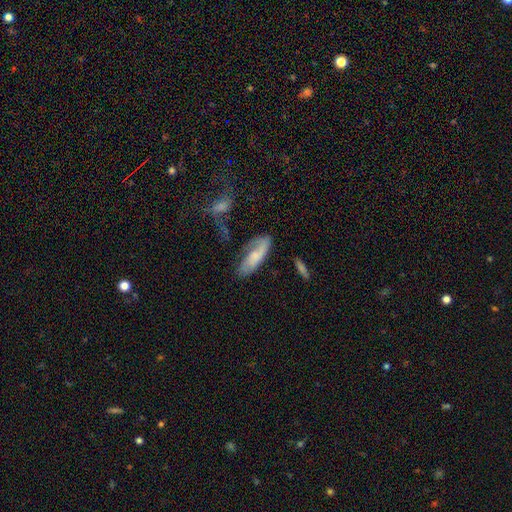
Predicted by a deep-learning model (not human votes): smooth_or_featured: smooth (p=0.52) [alt: featured or disk p=0.41]
how_rounded: in between (p=0.68) [alt: cigar-shaped p=0.29]
merging: none (p=0.52) [alt: minor disturbance p=0.26]